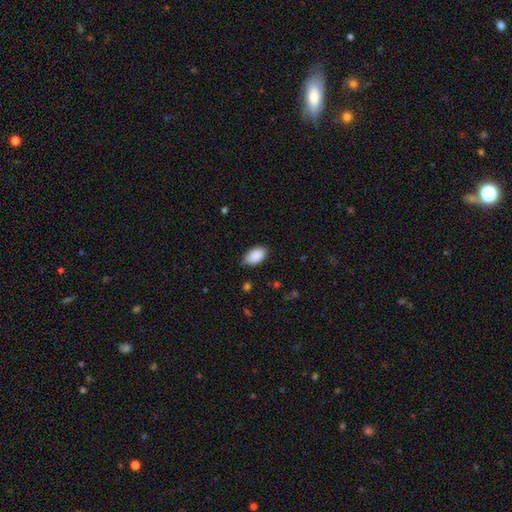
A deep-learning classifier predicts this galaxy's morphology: This appears to be a smooth galaxy with no disk features (90%) that is in between round and cigar-shaped (93%). Merging: none (73%).